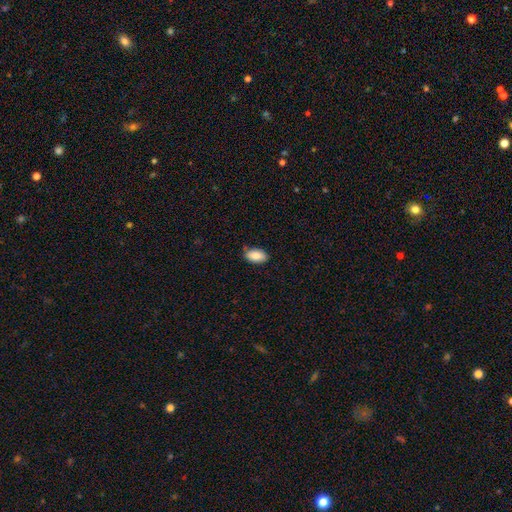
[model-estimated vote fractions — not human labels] Overall: smooth (87%). How rounded: in between (93%). Merging: none (77%).